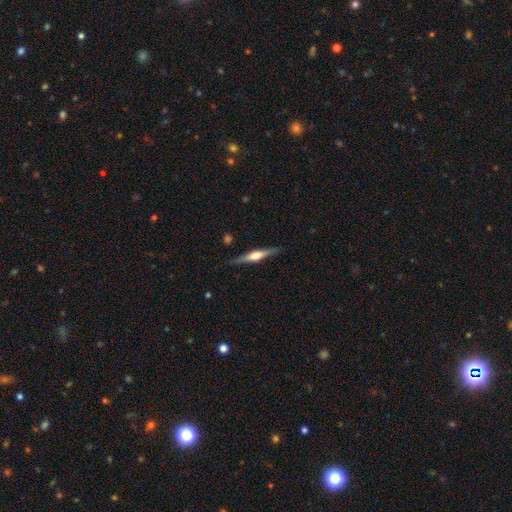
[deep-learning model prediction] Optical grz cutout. It shows a featured or disk galaxy (73%) viewed edge-on (98%) with a rounded central bulge (87%). Merging: none (88%).